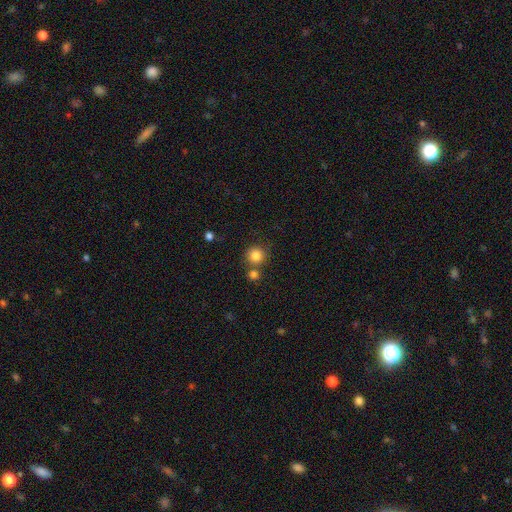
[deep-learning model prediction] This appears to be a smooth galaxy with no disk features (83%) that is round (93%). Merging: none (70%).